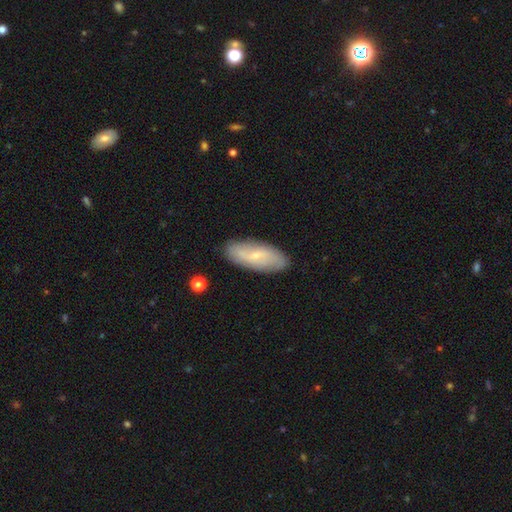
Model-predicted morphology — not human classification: This is possibly a featured or disk galaxy (49%). Merging: clearly none (85%).